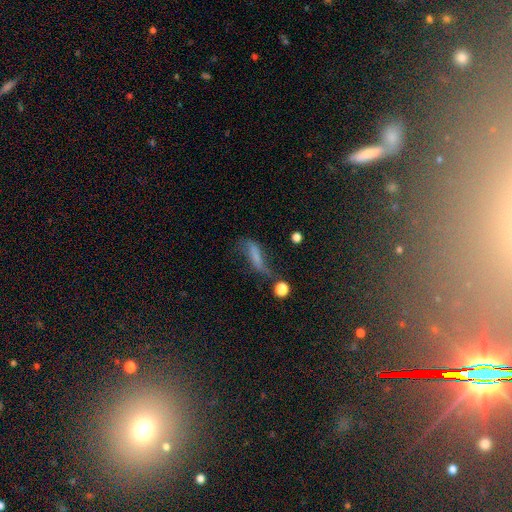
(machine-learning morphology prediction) The model was most divided on "merging": major disturbance: 34%, none: 31%, minor disturbance: 25%, merger: 10%. More confident: smooth or featured — smooth (55%); how rounded — cigar-shaped (55%).